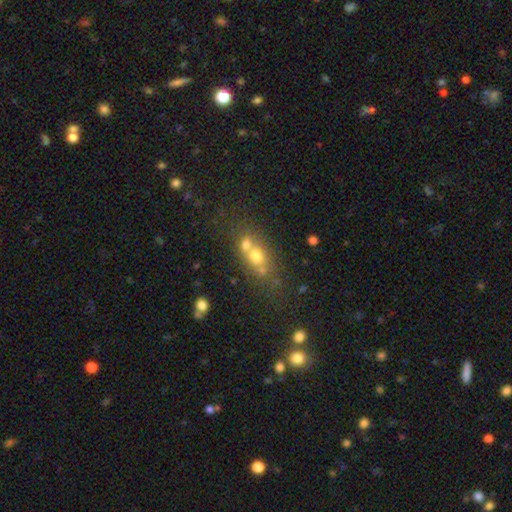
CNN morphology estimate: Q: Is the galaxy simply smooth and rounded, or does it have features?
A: smooth — 60%.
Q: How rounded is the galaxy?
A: in between — 50%.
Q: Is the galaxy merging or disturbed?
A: merger — 49%.